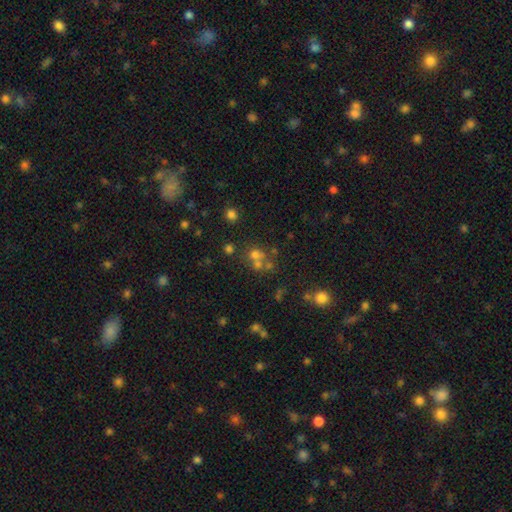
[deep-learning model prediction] Overall: smooth (53%; star or artifact 28%). How rounded: round (83%). Merging: none (47%; merger 40%).